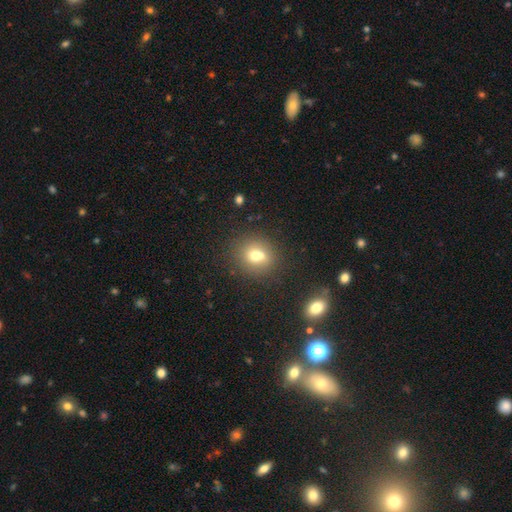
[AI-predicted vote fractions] smooth_or_featured: smooth (p=0.70) [alt: featured or disk p=0.17]
how_rounded: round (p=0.73) [alt: in between p=0.26]
merging: none (p=0.63) [alt: merger p=0.21]